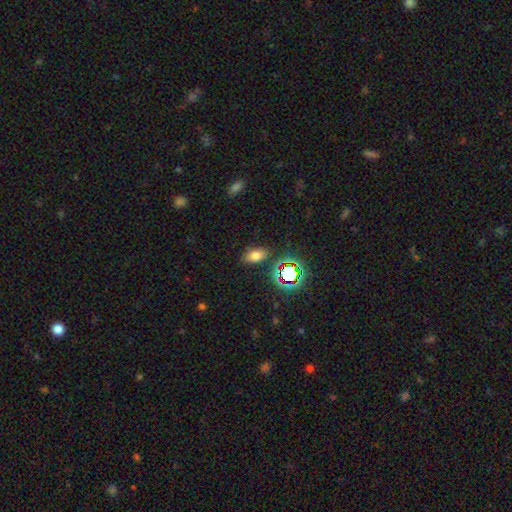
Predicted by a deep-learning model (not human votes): smooth-or-featured: smooth: 69% | star or artifact: 21% | featured or disk: 9%
  how-rounded: in between: 87% | round: 10% | cigar-shaped: 3%
  merging: none: 83% | minor disturbance: 11% | major disturbance: 3% | merger: 3%